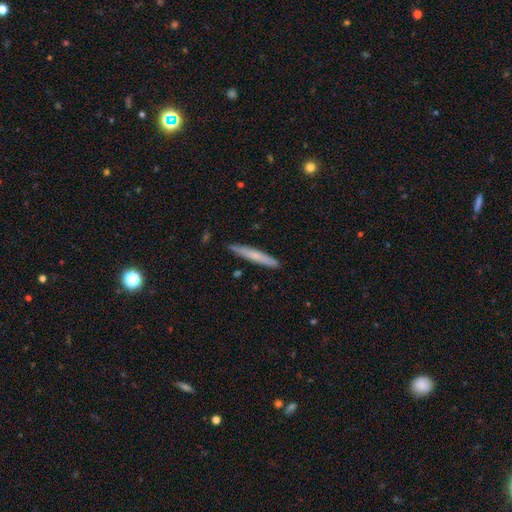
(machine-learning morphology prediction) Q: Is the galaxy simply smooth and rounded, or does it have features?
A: smooth — 62%.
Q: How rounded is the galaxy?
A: cigar-shaped — 95%.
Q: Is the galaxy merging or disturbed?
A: none — 89%.